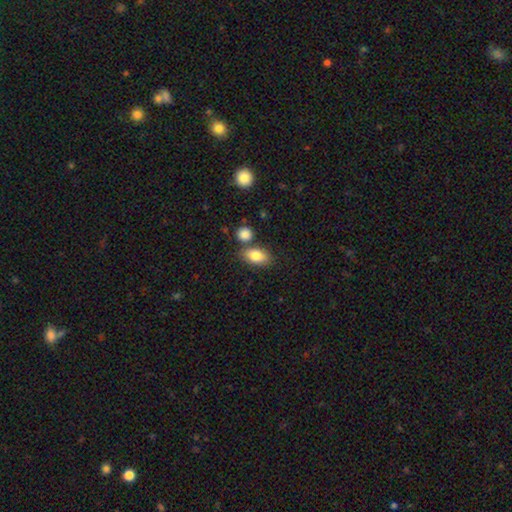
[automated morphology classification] Smooth or featured? smooth (83%)
How rounded? in between (87%)
Merging? none (69%)